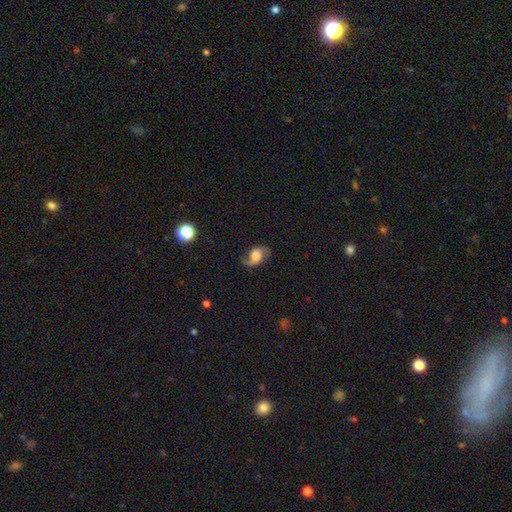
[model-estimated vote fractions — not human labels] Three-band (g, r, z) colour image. It shows a featured or disk galaxy (63%) with no bar (58%), 2 (80%) loose (54%) spiral arms (92%) and a large central bulge (42%). Merging: none (68%).